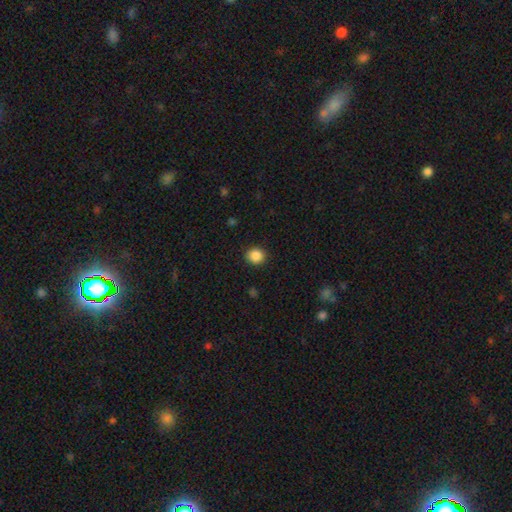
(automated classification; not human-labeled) Smooth or featured: smooth — 87% (star or artifact — 9%)
How rounded: round — 86% (in between — 13%)
Merging: none — 90% (minor disturbance — 6%)